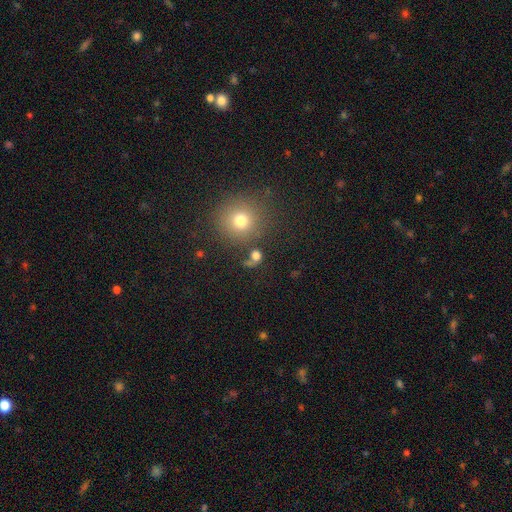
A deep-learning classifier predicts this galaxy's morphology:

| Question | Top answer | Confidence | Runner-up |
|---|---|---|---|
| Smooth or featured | smooth | 71% | star or artifact (19%) |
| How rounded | round | 76% | in between (23%) |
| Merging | none | 57% | merger (18%) |